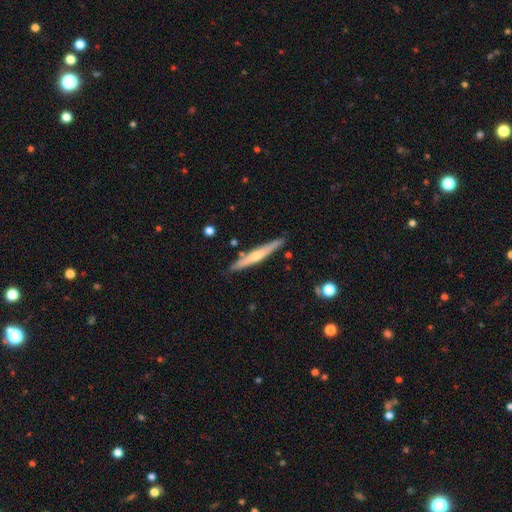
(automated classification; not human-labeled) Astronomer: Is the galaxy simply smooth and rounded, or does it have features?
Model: featured or disk — 56% (runner-up: smooth, 38%).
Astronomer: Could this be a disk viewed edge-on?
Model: yes — 96%.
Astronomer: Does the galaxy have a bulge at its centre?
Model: rounded — 73%.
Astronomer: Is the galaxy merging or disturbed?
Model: none — 86%.